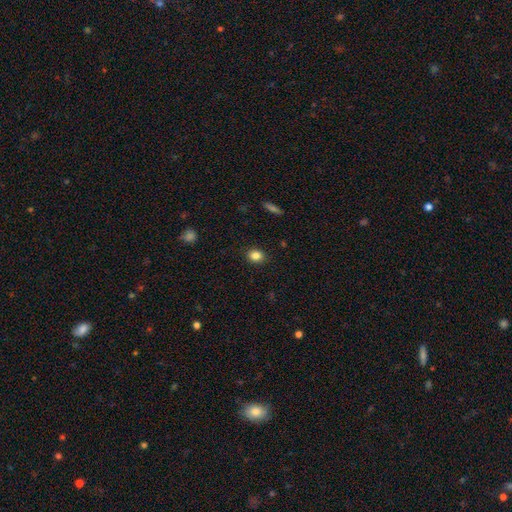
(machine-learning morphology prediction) The model was most divided on "how rounded": round: 55%, in between: 44%, cigar-shaped: 1%. More confident: merging — none (89%); smooth or featured — smooth (84%).